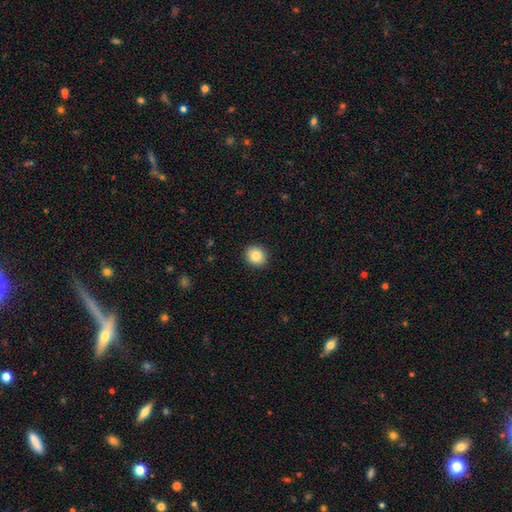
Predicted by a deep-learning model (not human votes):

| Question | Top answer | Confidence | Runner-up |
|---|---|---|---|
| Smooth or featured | smooth | 85% | star or artifact (9%) |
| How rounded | round | 78% | in between (21%) |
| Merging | none | 91% | minor disturbance (6%) |